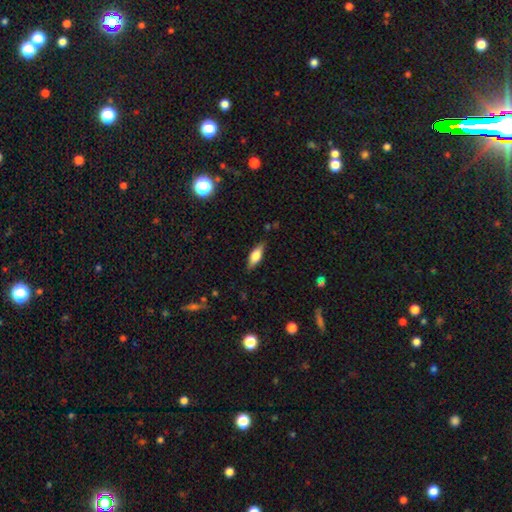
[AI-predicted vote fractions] A smooth galaxy with no disk features (61%) that is in between round and cigar-shaped (65%).

Vote fractions:
- Smooth or featured? smooth: 61% / featured or disk: 32% / star or artifact: 7%
- How rounded? in between: 65% / cigar-shaped: 32% / round: 3%
- Merging? none: 84% / minor disturbance: 12% / major disturbance: 3% / merger: 1%